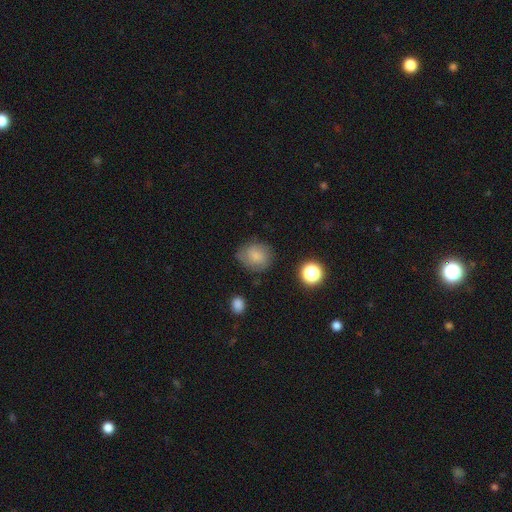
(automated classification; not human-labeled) Q: Smooth or featured?
A: smooth (76%); runner-up: featured or disk (14%)
Q: How rounded?
A: round (64%); runner-up: in between (35%)
Q: Merging?
A: none (71%); runner-up: minor disturbance (21%)